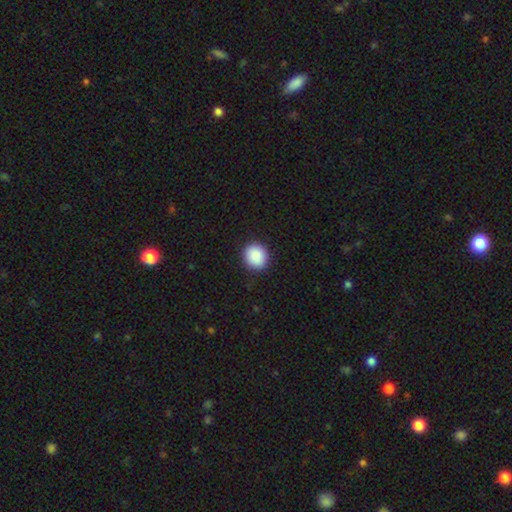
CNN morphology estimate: smooth_or_featured: smooth (p=0.89) [alt: star or artifact p=0.07]
how_rounded: round (p=0.83) [alt: in between p=0.16]
merging: none (p=0.90) [alt: minor disturbance p=0.07]